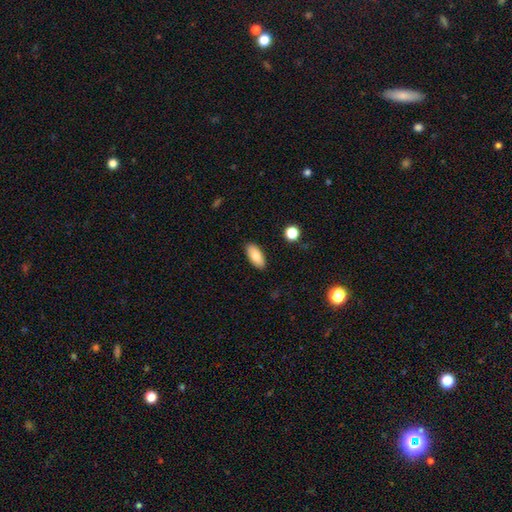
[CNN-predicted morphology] The model was most divided on "smooth or featured": smooth: 81%, featured or disk: 12%, star or artifact: 7%. More confident: merging — none (89%); how rounded — in between (87%).